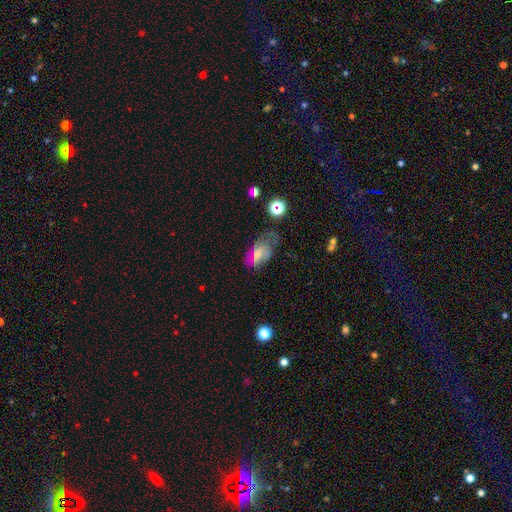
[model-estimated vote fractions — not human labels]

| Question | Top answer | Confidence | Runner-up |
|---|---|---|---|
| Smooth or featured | featured or disk | 48% | smooth (37%) |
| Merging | none | 47% | minor disturbance (28%) |